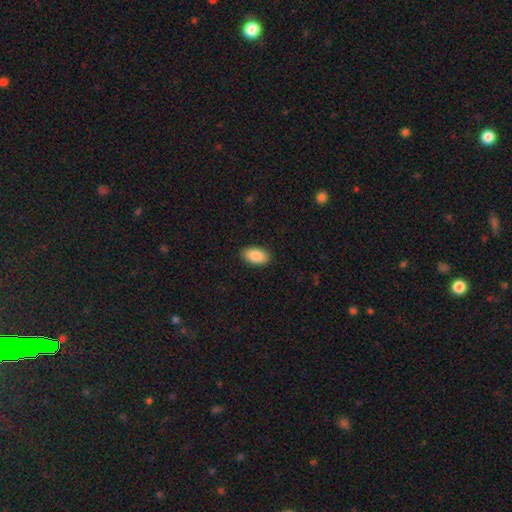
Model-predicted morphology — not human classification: The model was most divided on "smooth or featured": smooth: 88%, star or artifact: 7%, featured or disk: 5%. More confident: how rounded — in between (94%); merging — none (90%).